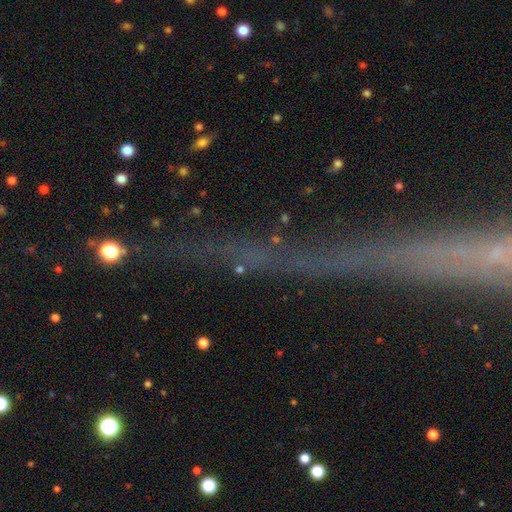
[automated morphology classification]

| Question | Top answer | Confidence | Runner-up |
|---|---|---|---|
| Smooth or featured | star or artifact | 55% | featured or disk (25%) |